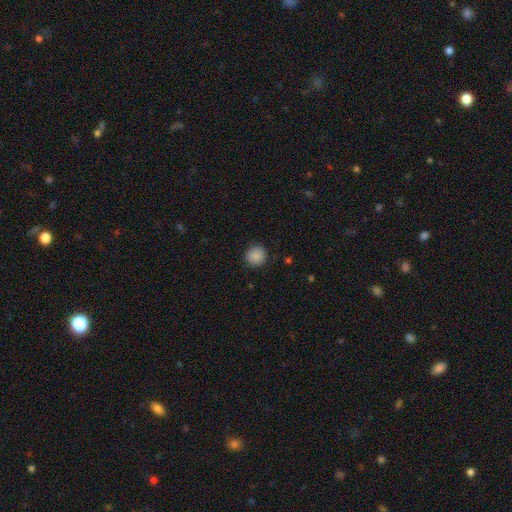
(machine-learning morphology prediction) Smooth or featured?
  - smooth: 87% *
  - star or artifact: 10%
  - featured or disk: 4%
How rounded?
  - round: 92% *
  - in between: 7%
  - cigar-shaped: 1%
Merging?
  - none: 88% *
  - minor disturbance: 8%
  - major disturbance: 2%
  - merger: 1%